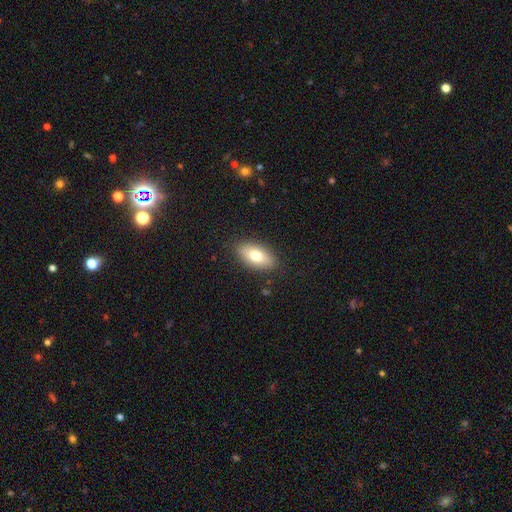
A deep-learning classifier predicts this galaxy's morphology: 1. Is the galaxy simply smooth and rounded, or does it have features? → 74% smooth, 18% featured or disk, 7% star or artifact.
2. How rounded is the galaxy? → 88% in between, 7% cigar-shaped, 5% round.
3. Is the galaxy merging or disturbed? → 86% none, 10% minor disturbance, 3% major disturbance, 1% merger.